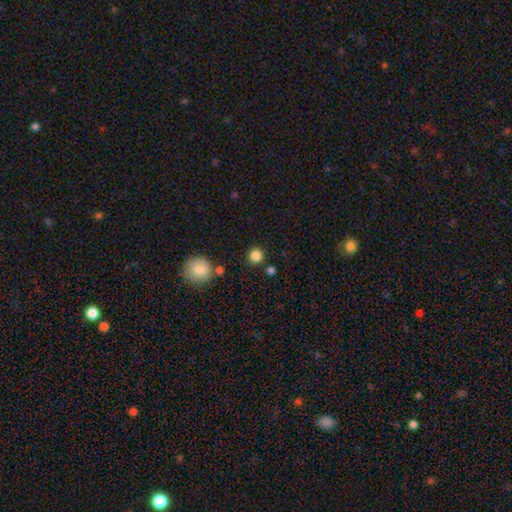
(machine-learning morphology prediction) Smooth or featured? smooth (84%)
How rounded? round (93%)
Merging? none (84%)